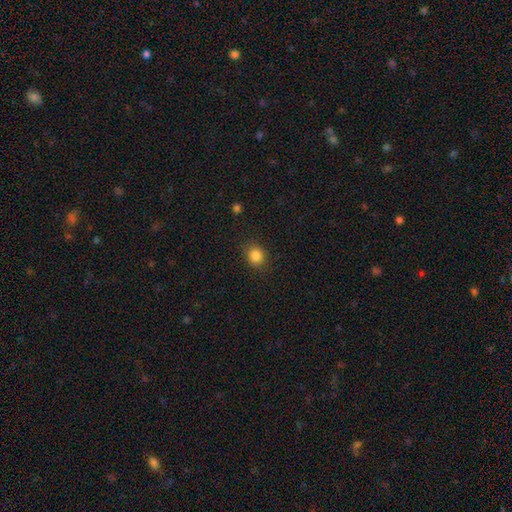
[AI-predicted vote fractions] Q: Smooth or featured?
A: smooth (85%); runner-up: star or artifact (11%)
Q: How rounded?
A: round (76%); runner-up: in between (23%)
Q: Merging?
A: none (86%); runner-up: minor disturbance (10%)